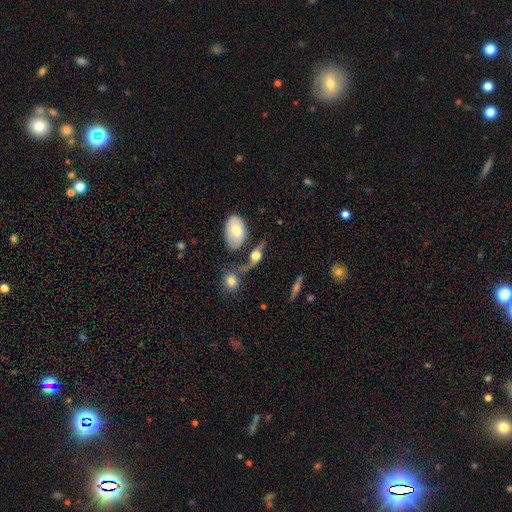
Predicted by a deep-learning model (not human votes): Q: Smooth or featured?
A: featured or disk (52%); runner-up: smooth (39%)
Q: Edge-on disk?
A: no (67%); runner-up: yes (33%)
Q: Merging?
A: none (37%); runner-up: merger (27%)